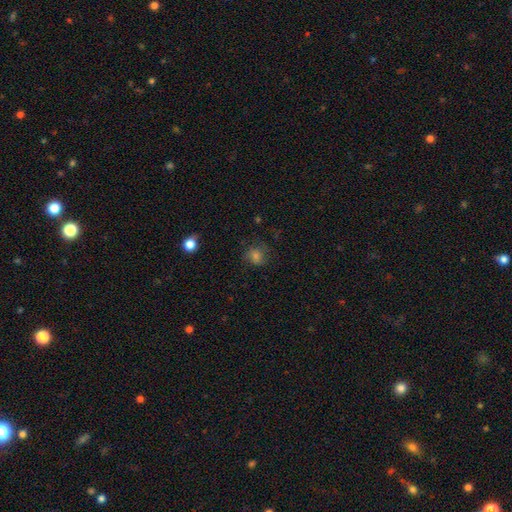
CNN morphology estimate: type=smooth (63%); roundness=round (77%); merging=none (70%).